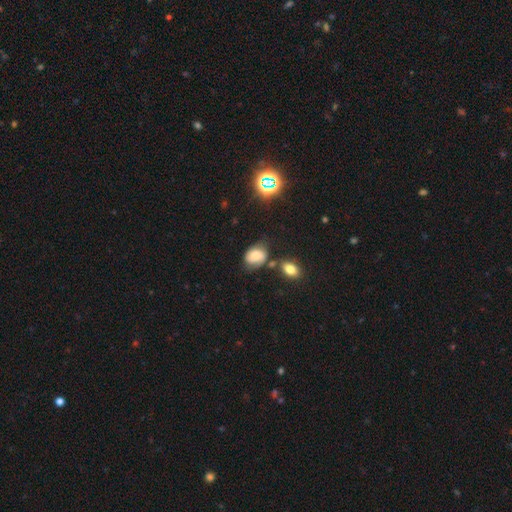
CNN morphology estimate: Smooth or featured? smooth (59%)
How rounded? in between (68%)
Merging? none (49%)